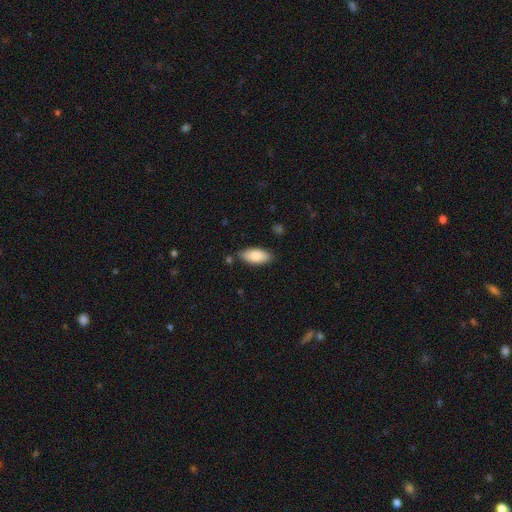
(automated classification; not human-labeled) Smooth or featured: smooth — 85% (featured or disk — 9%)
How rounded: in between — 90% (cigar-shaped — 8%)
Merging: none — 81% (minor disturbance — 14%)